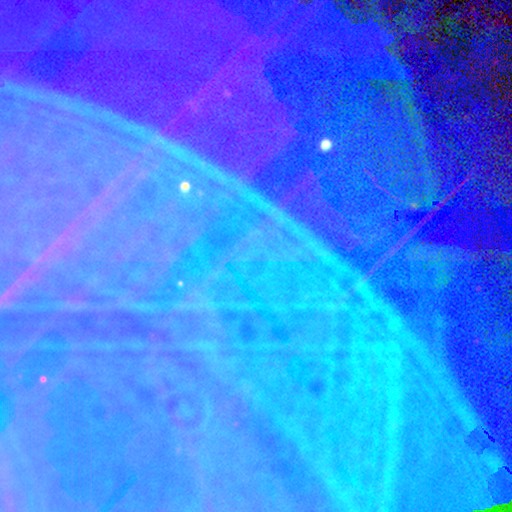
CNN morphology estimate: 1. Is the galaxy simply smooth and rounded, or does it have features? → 88% star or artifact, 6% featured or disk, 5% smooth.